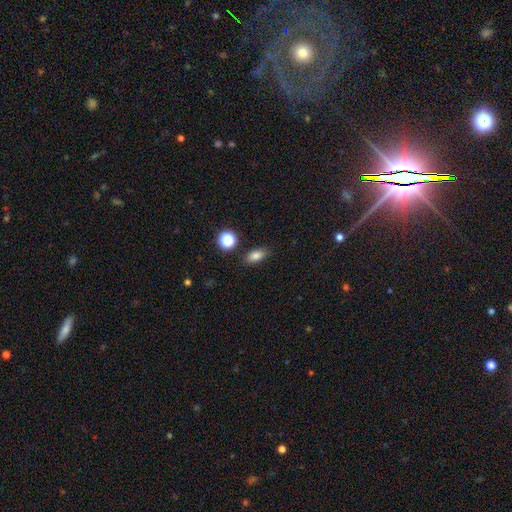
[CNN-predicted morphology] Q: Smooth or featured?
A: smooth (79%); runner-up: star or artifact (12%)
Q: How rounded?
A: in between (81%); runner-up: round (12%)
Q: Merging?
A: none (82%); runner-up: minor disturbance (12%)